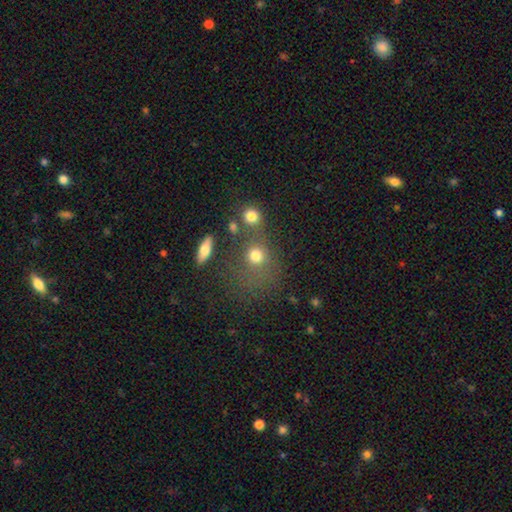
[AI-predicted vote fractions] Smooth or featured? smooth (75%)
How rounded? round (74%)
Merging? none (52%)